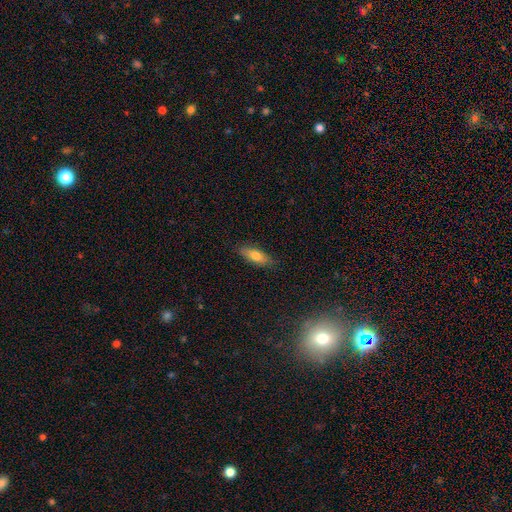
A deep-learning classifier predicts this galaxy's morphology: smooth-or-featured: smooth: 73% | featured or disk: 20% | star or artifact: 7%
  how-rounded: in between: 65% | cigar-shaped: 32% | round: 2%
  merging: none: 84% | minor disturbance: 13% | major disturbance: 2% | merger: 1%